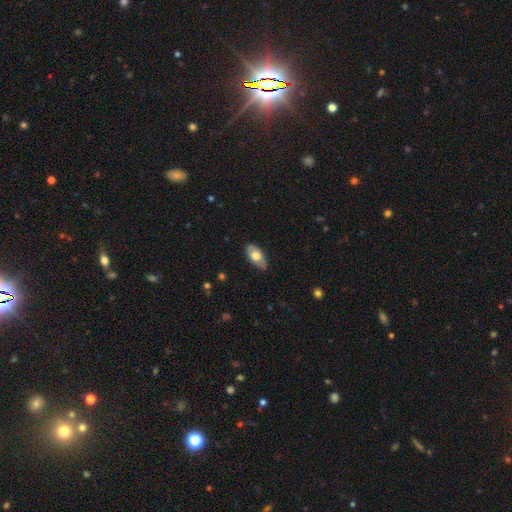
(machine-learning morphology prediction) smooth-or-featured: smooth: 65% | featured or disk: 29% | star or artifact: 6%
  how-rounded: in between: 91% | cigar-shaped: 6% | round: 3%
  merging: none: 82% | minor disturbance: 14% | major disturbance: 2% | merger: 1%